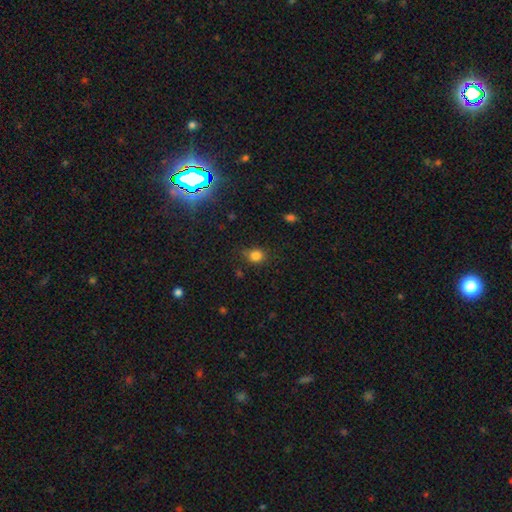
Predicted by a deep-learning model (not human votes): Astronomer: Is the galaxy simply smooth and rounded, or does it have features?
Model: smooth — 81%.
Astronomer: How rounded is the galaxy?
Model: round — 69%.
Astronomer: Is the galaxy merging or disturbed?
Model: none — 75%.